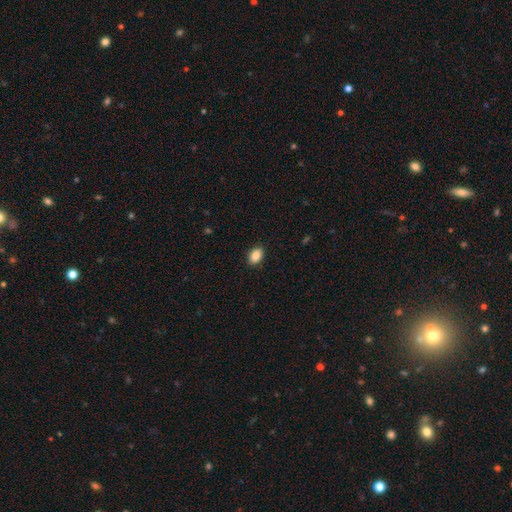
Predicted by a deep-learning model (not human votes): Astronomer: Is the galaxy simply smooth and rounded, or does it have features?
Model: smooth — 88%.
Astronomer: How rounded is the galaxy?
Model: in between — 85%.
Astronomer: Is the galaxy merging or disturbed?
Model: none — 89%.